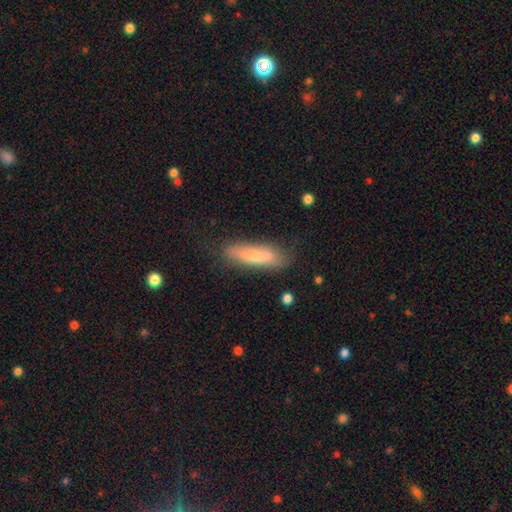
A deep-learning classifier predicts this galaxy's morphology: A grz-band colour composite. It shows a smooth galaxy with no disk features (63%) that is cigar-shaped (67%). Merging: none (76%).